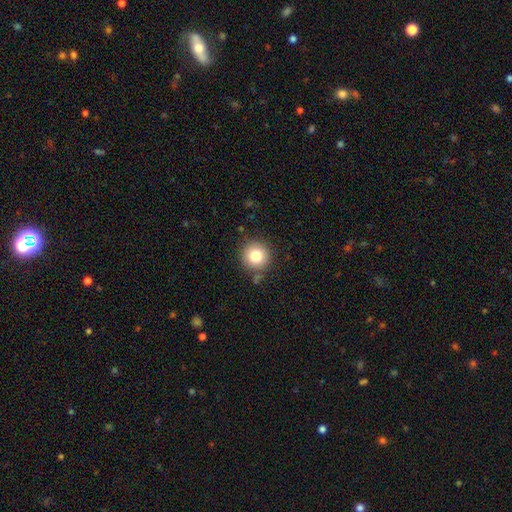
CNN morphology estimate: A smooth galaxy with no disk features (81%) that is round (94%).

Vote fractions:
- Smooth or featured? smooth: 81% / star or artifact: 11% / featured or disk: 8%
- How rounded? round: 94% / in between: 5% / cigar-shaped: 1%
- Merging? none: 86% / minor disturbance: 9% / major disturbance: 3% / merger: 2%